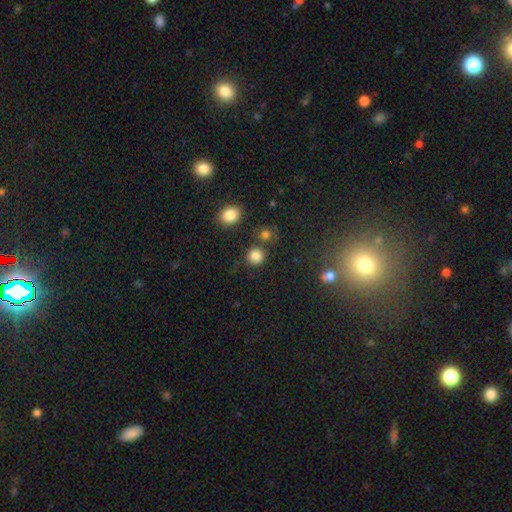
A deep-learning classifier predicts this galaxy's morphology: type=smooth (84%); roundness=round (89%); merging=none (79%).